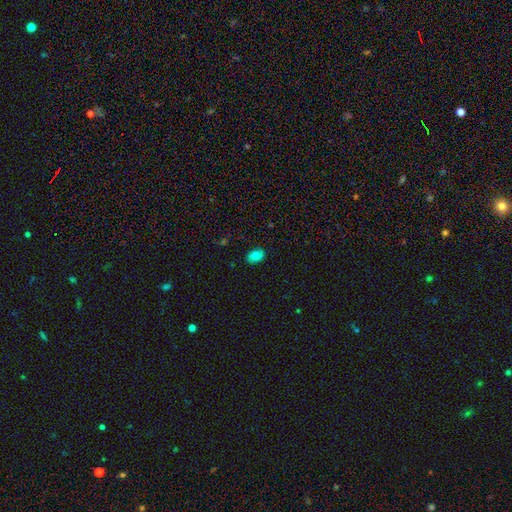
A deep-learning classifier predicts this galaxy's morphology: This appears to be a smooth galaxy with no disk features (82%) that is in between round and cigar-shaped (86%). Merging: none (82%).